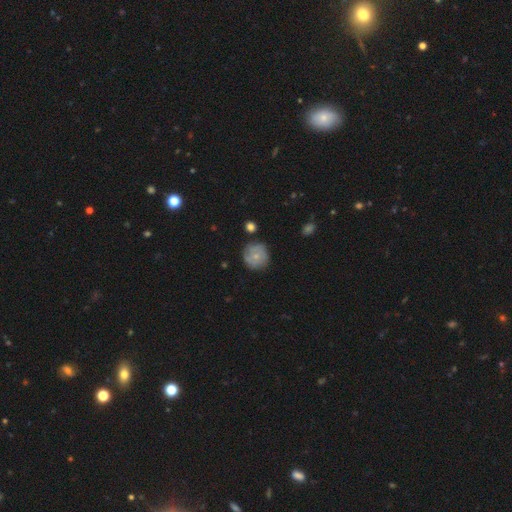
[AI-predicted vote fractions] Overall: smooth (51%; featured or disk 41%). How rounded: round (90%). Merging: none (75%).